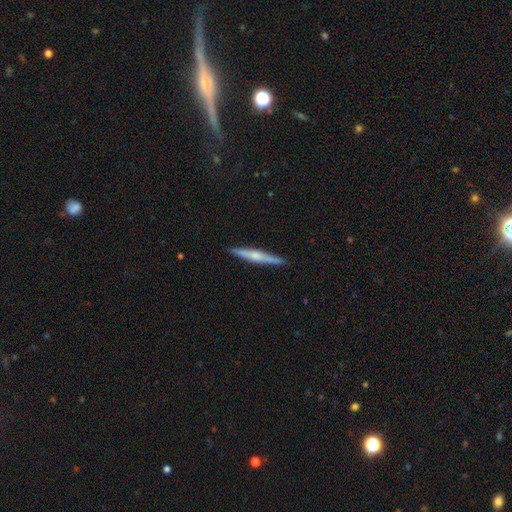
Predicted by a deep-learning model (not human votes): Smooth or featured? Predicted: featured or disk (p=0.59). Edge-on disk? Predicted: yes (p=0.97). Edge-on bulge? Predicted: rounded (p=0.72). Merging? Predicted: none (p=0.91).